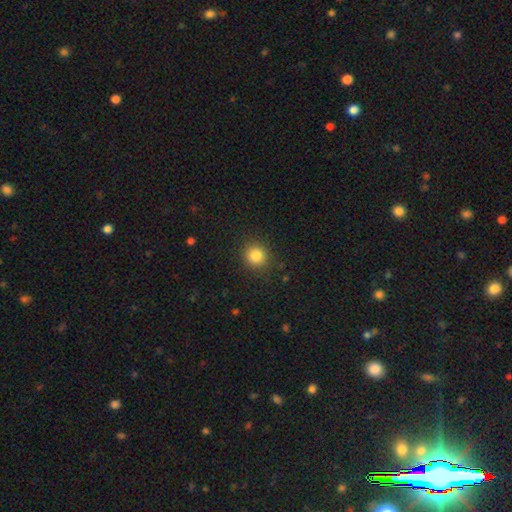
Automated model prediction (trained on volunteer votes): This appears to be a smooth galaxy with no disk features (84%) that is round (90%). Merging: none (89%).